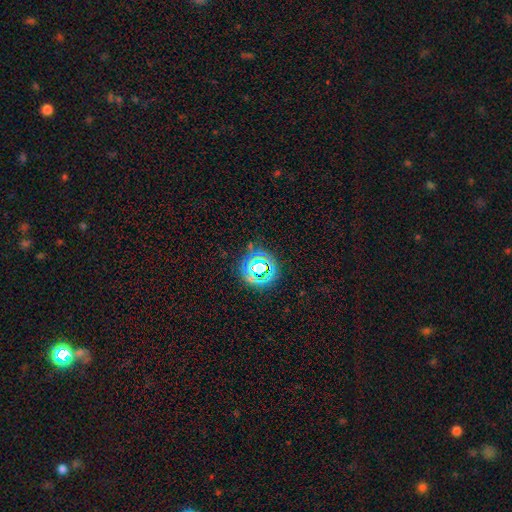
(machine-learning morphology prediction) smooth_or_featured: star or artifact (p=0.54) [alt: smooth p=0.35]